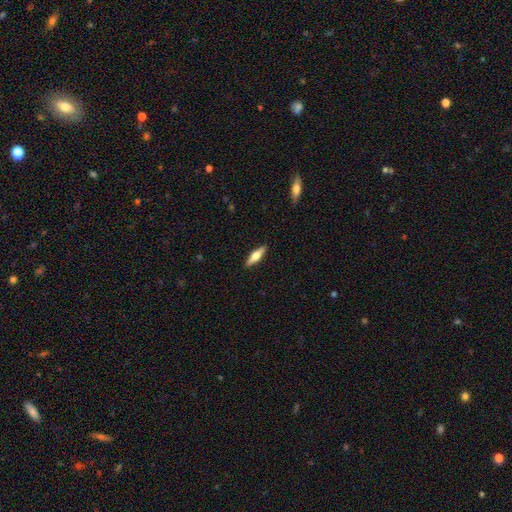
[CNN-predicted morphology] This appears to be a featured or disk galaxy (48%). Merging: none (90%).